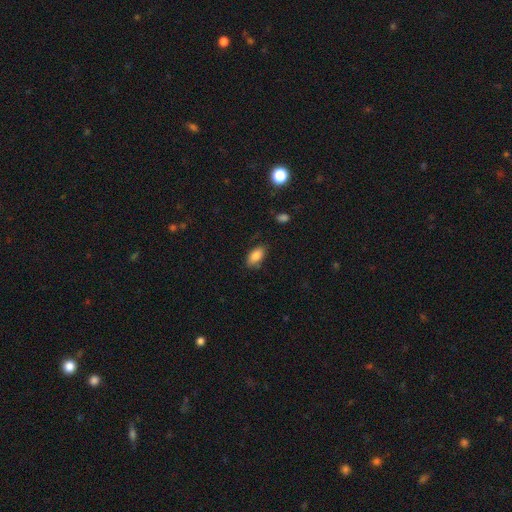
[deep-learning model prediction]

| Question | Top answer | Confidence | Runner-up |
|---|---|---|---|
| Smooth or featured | smooth | 85% | star or artifact (8%) |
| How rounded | in between | 92% | cigar-shaped (4%) |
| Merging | none | 80% | minor disturbance (15%) |